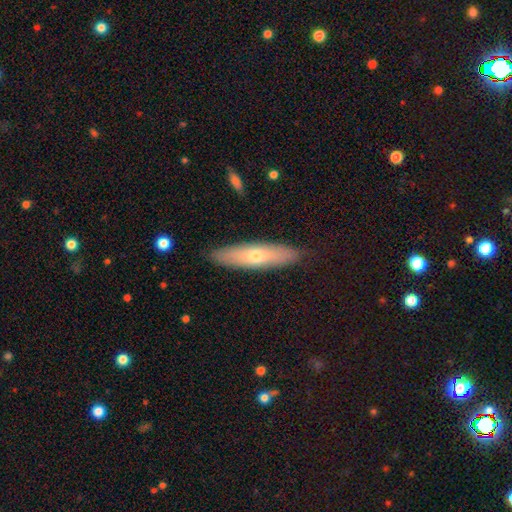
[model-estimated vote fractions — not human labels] smooth-or-featured: smooth: 53% | featured or disk: 40% | star or artifact: 7%
  how-rounded: cigar-shaped: 69% | in between: 28% | round: 2%
  merging: none: 88% | minor disturbance: 9% | major disturbance: 2% | merger: 1%